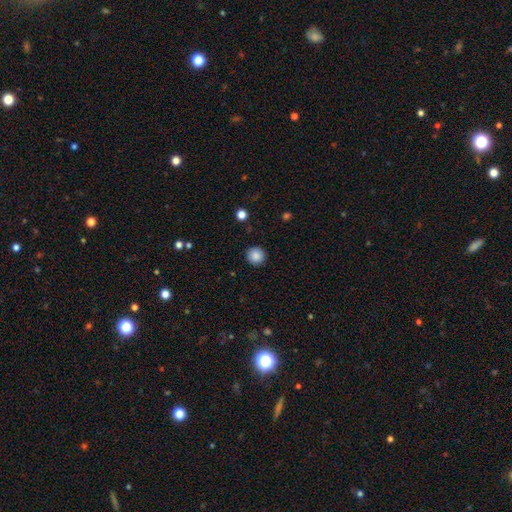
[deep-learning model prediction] Q: Smooth or featured?
A: smooth (88%); runner-up: star or artifact (9%)
Q: How rounded?
A: round (95%); runner-up: in between (4%)
Q: Merging?
A: none (92%); runner-up: minor disturbance (6%)